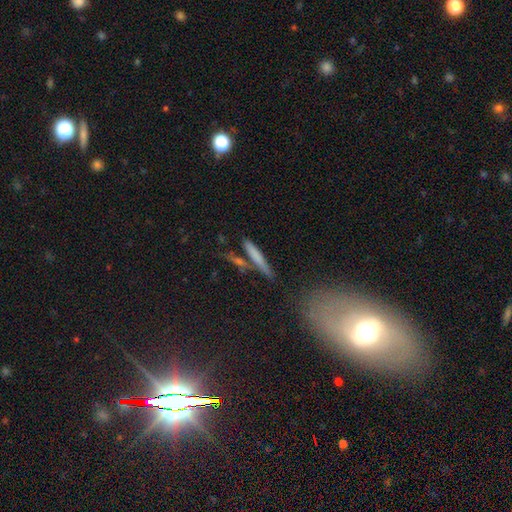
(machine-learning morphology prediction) This appears to be a smooth galaxy with no disk features (66%) that is cigar-shaped (91%). Merging: none (71%).